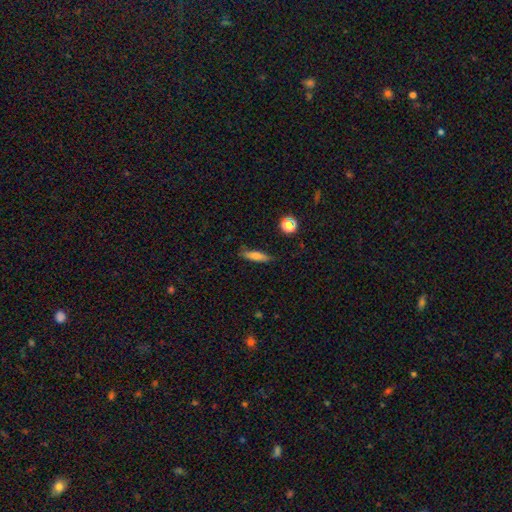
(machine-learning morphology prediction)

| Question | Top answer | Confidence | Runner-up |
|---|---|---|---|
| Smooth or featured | smooth | 72% | featured or disk (19%) |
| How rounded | cigar-shaped | 66% | in between (31%) |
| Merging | none | 81% | minor disturbance (14%) |